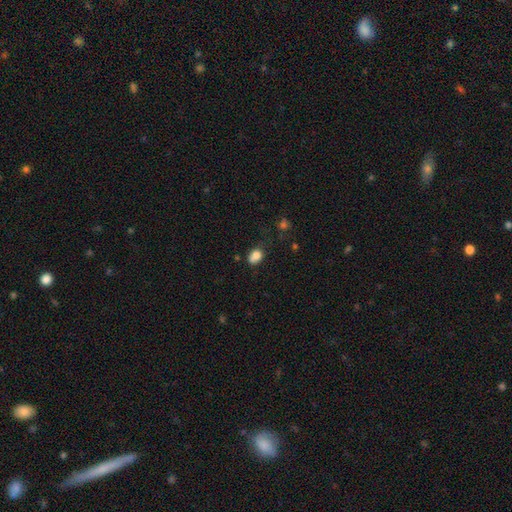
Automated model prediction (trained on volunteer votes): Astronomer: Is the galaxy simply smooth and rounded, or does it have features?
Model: smooth — 81%.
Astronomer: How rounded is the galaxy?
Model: in between — 66%.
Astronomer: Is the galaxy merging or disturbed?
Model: none — 50% (runner-up: minor disturbance, 30%).